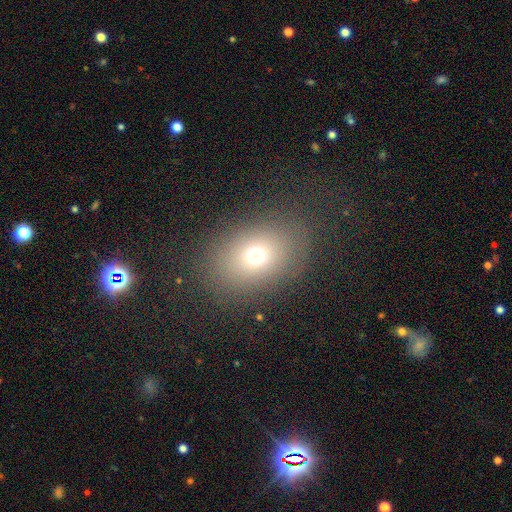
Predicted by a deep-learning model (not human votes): Smooth or featured: smooth — 69% (star or artifact — 18%)
How rounded: in between — 63% (round — 36%)
Merging: none — 81% (minor disturbance — 10%)